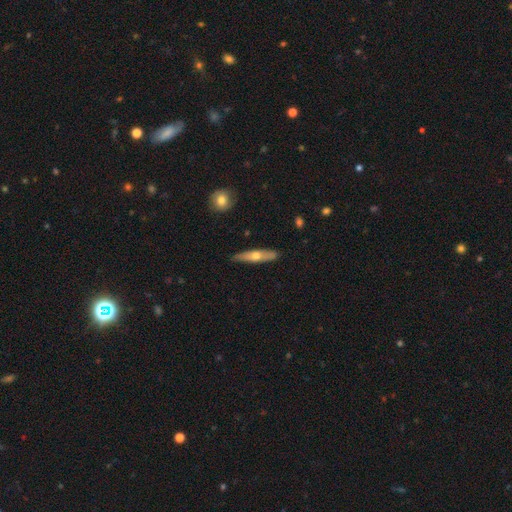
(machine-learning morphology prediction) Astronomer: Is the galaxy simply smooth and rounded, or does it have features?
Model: smooth — 49% (runner-up: featured or disk, 46%).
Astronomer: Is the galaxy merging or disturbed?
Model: none — 85%.